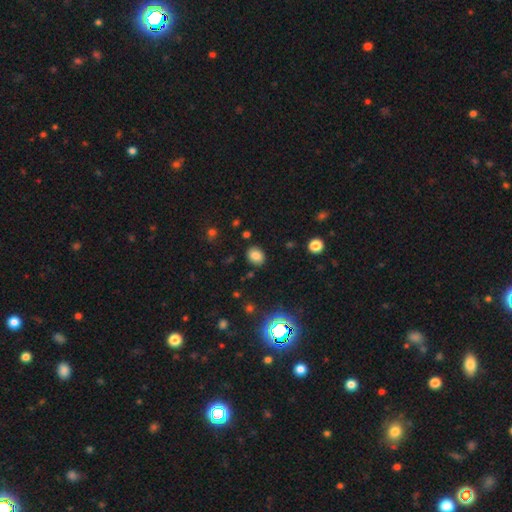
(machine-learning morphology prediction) Smooth or featured?
  - smooth: 80% *
  - star or artifact: 14%
  - featured or disk: 6%
How rounded?
  - in between: 55% *
  - round: 44%
  - cigar-shaped: 1%
Merging?
  - none: 86% *
  - minor disturbance: 10%
  - major disturbance: 3%
  - merger: 2%